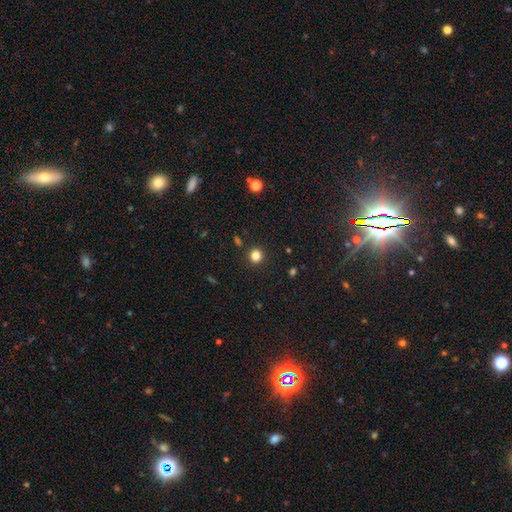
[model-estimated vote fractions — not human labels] This appears to be a smooth galaxy with no disk features (82%) that is round (92%). Merging: none (91%).